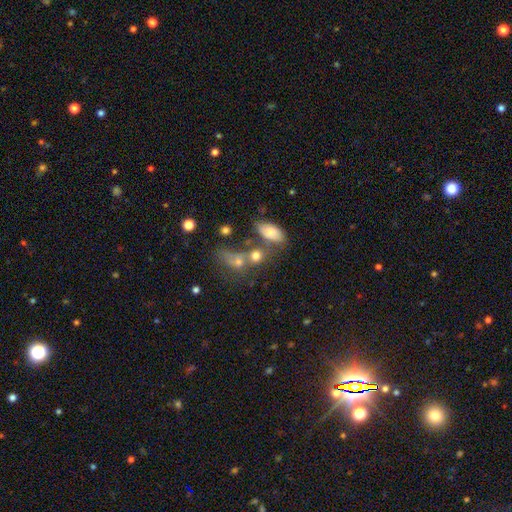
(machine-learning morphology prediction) Smooth or featured? Predicted: smooth (p=0.71). How rounded? Predicted: round (p=0.50). Merging? Predicted: merger (p=0.42).